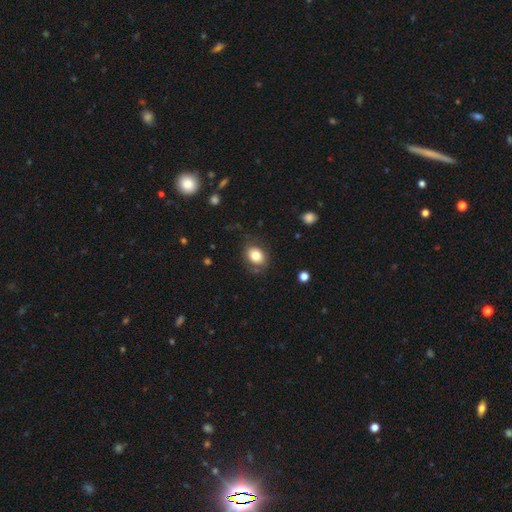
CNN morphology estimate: Q: Smooth or featured?
A: smooth (80%); runner-up: featured or disk (11%)
Q: How rounded?
A: in between (59%); runner-up: round (40%)
Q: Merging?
A: none (78%); runner-up: minor disturbance (15%)